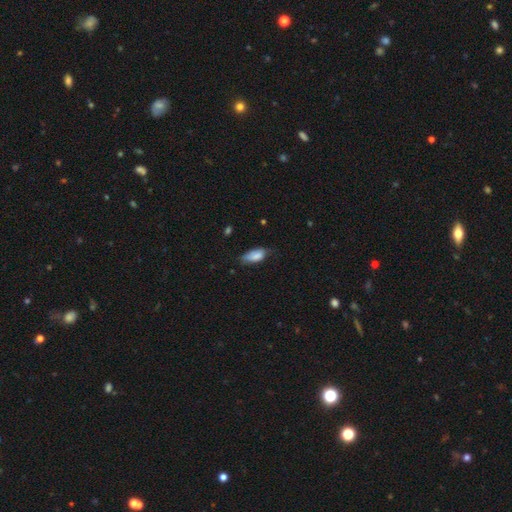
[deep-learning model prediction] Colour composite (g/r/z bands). It shows a smooth galaxy with no disk features (82%) that is in between round and cigar-shaped (86%). Merging: none (51%).